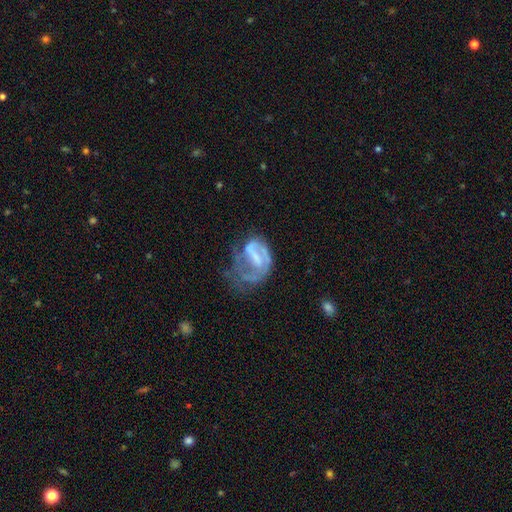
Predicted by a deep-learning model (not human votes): Overall: featured or disk (68%). Edge-on disk: no (97%). Bar: weak (42%; strong 32%). Spiral arms: yes (65%; no 35%). Bulge size: none (43%; small 27%). Merging: major disturbance (46%; none 26%).